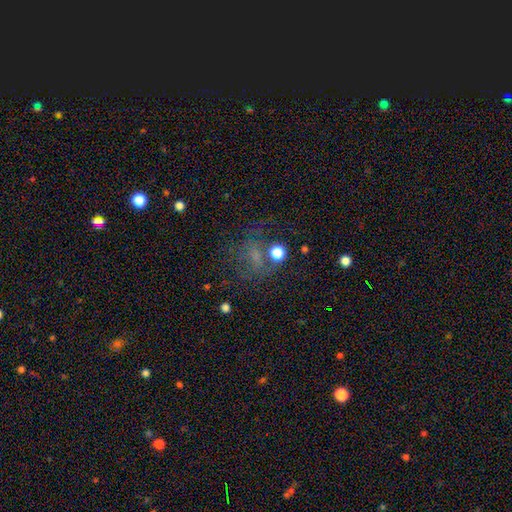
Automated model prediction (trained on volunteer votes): Morphology: type=smooth (35%); merging=none (49%).